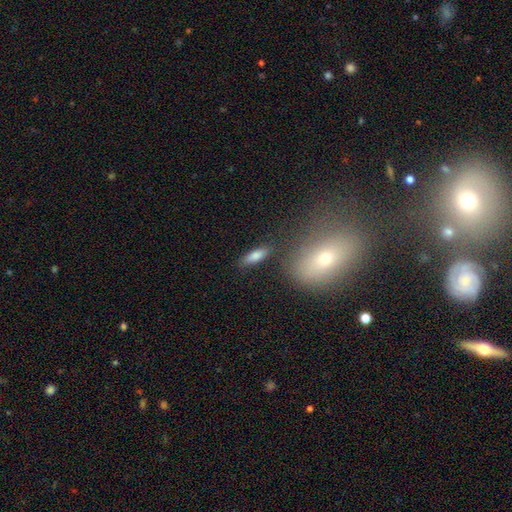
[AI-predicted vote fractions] Q: Smooth or featured?
A: smooth (80%); runner-up: featured or disk (12%)
Q: How rounded?
A: in between (58%); runner-up: cigar-shaped (39%)
Q: Merging?
A: none (80%); runner-up: minor disturbance (11%)